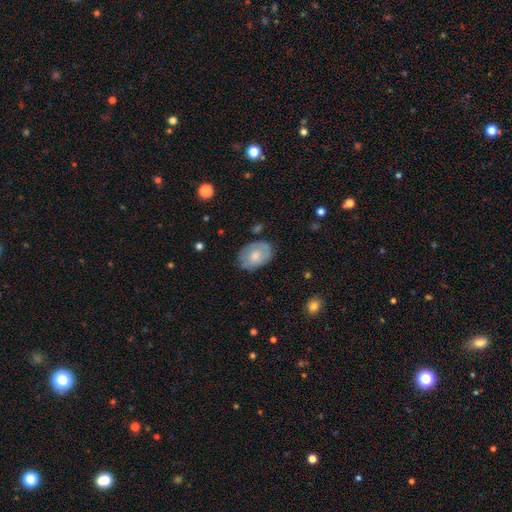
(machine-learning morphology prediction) smooth-or-featured: smooth: 61% | featured or disk: 33% | star or artifact: 6%
  how-rounded: in between: 78% | round: 21% | cigar-shaped: 1%
  merging: none: 71% | minor disturbance: 22% | major disturbance: 5% | merger: 2%